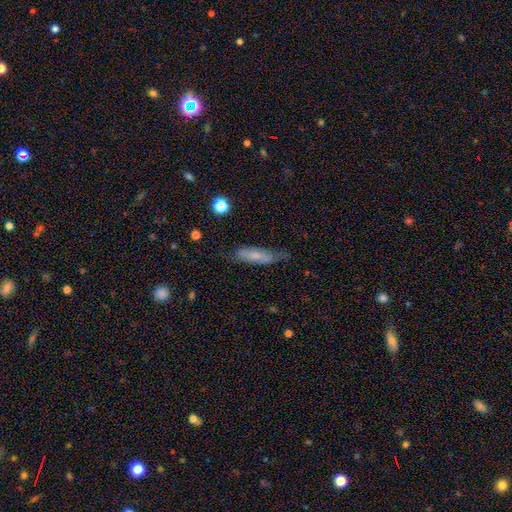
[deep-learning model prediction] Smooth or featured? smooth (63%)
How rounded? cigar-shaped (62%)
Merging? none (61%)